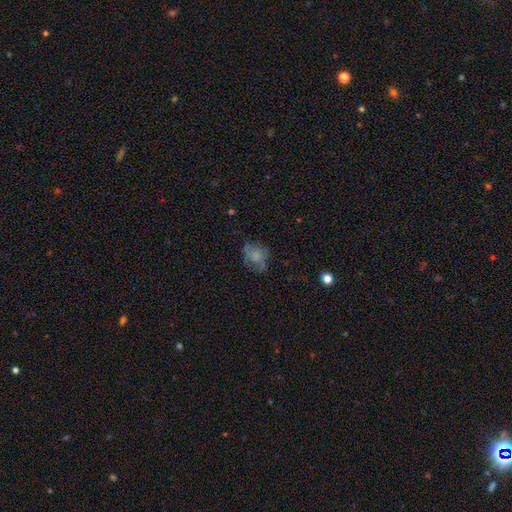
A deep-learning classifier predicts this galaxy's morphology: smooth_or_featured: smooth (p=0.61) [alt: featured or disk p=0.27]
how_rounded: round (p=0.57) [alt: in between p=0.42]
merging: none (p=0.52) [alt: minor disturbance p=0.26]